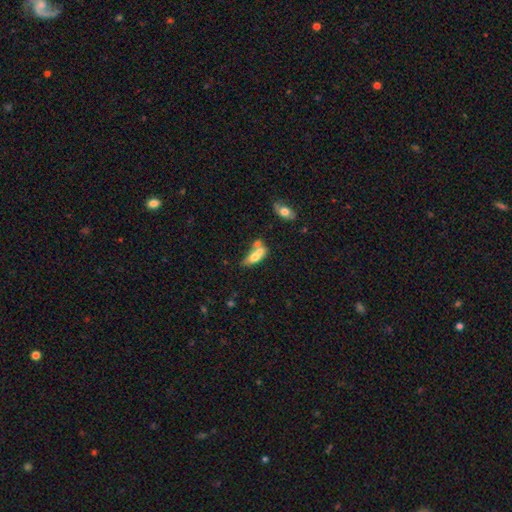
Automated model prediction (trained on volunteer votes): smooth-or-featured: smooth: 60% | featured or disk: 32% | star or artifact: 9%
  how-rounded: in between: 71% | cigar-shaped: 21% | round: 8%
  merging: merger: 57% | none: 24% | minor disturbance: 11% | major disturbance: 8%